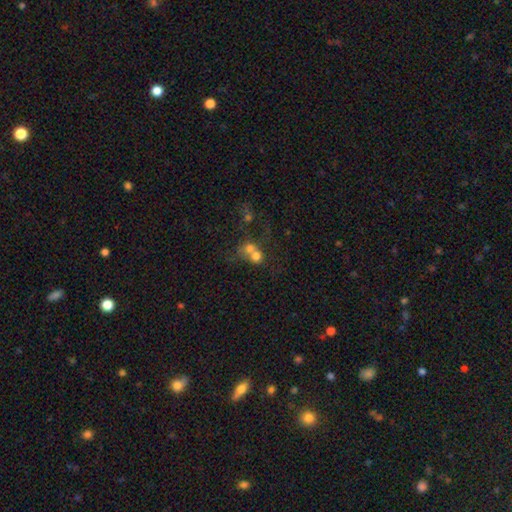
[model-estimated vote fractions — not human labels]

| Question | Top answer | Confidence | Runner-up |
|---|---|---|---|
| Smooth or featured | smooth | 69% | featured or disk (18%) |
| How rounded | round | 78% | in between (21%) |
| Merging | merger | 64% | none (26%) |